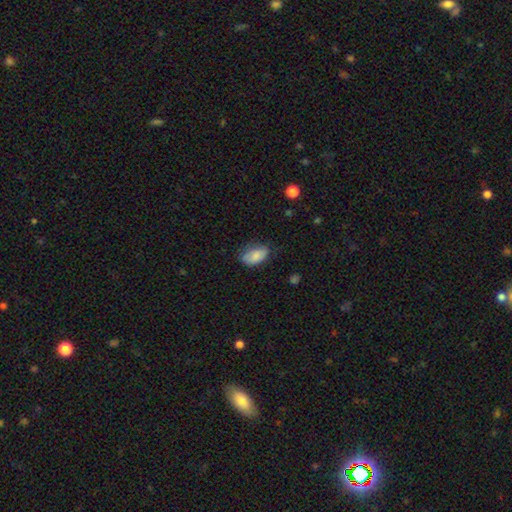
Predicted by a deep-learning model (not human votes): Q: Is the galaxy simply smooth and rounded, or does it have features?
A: smooth — 83%.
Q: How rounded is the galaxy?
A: in between — 93%.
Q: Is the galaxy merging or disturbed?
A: none — 61%.